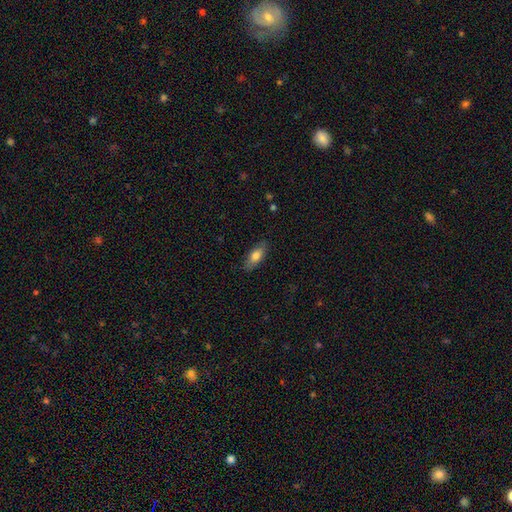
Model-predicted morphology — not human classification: Overall: smooth (76%). How rounded: in between (80%). Merging: none (85%).